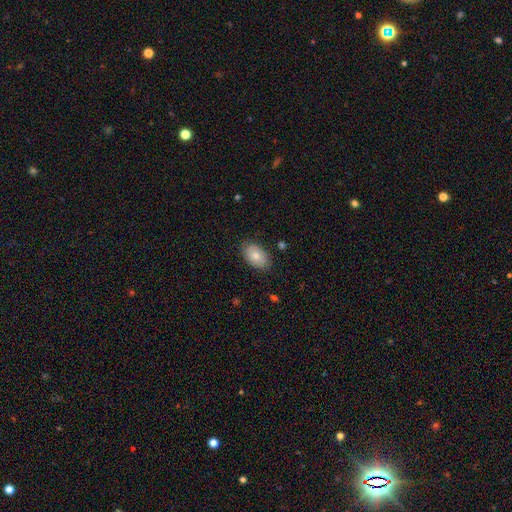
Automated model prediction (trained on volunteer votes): A smooth galaxy with no disk features (79%) that is in between round and cigar-shaped (92%). Merging: none (83%).